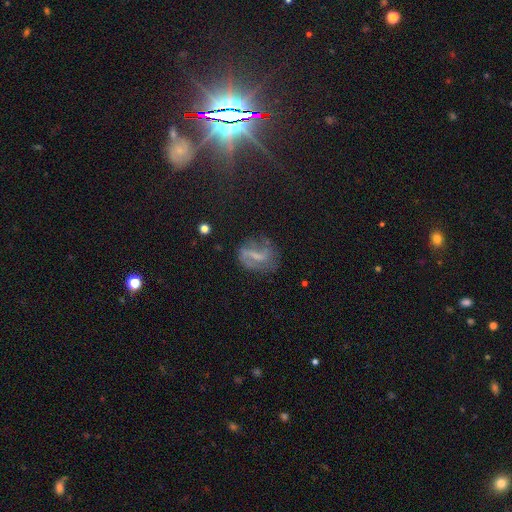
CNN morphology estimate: smooth_or_featured: featured or disk (p=0.63) [alt: smooth p=0.24]
disk_edge_on: no (p=0.95) [alt: yes p=0.05]
bar: weak (p=0.44) [alt: strong p=0.34]
has_spiral_arms: yes (p=0.75) [alt: no p=0.25]
bulge_size: none (p=0.40) [alt: small p=0.36]
merging: none (p=0.59) [alt: minor disturbance p=0.22]